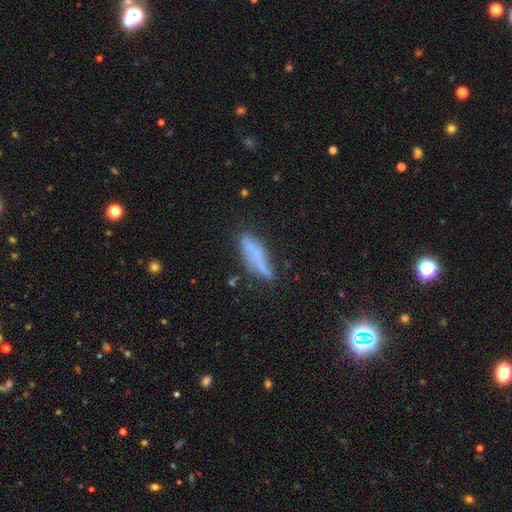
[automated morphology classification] A smooth galaxy with no disk features (52%) that is cigar-shaped (68%). Merging: none (63%).